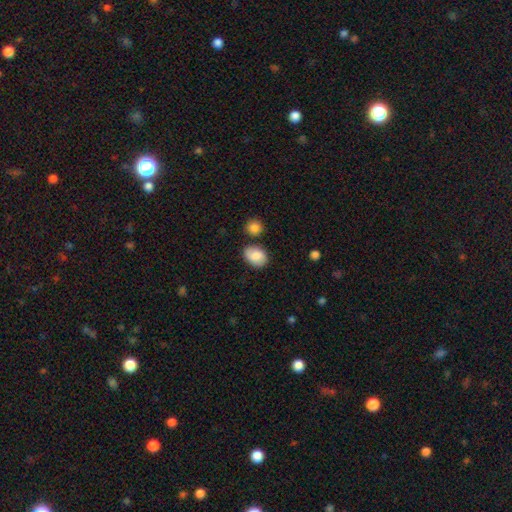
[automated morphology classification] The model was most divided on "how rounded": in between: 72%, round: 27%, cigar-shaped: 1%. More confident: smooth or featured — smooth (83%); merging — none (70%).